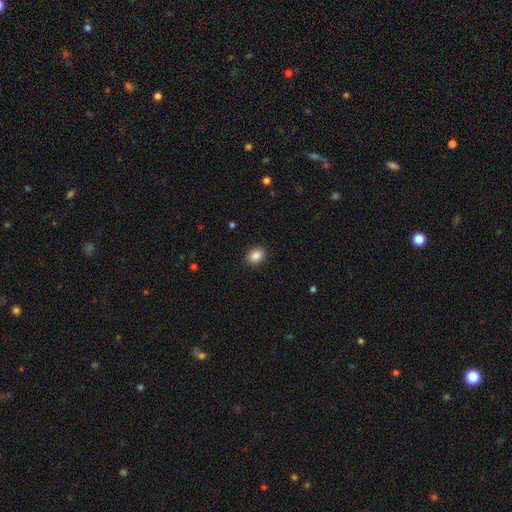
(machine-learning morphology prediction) Smooth or featured?
  - smooth: 88% *
  - star or artifact: 8%
  - featured or disk: 3%
How rounded?
  - in between: 64% *
  - round: 35%
  - cigar-shaped: 1%
Merging?
  - none: 90% *
  - minor disturbance: 7%
  - major disturbance: 2%
  - merger: 1%